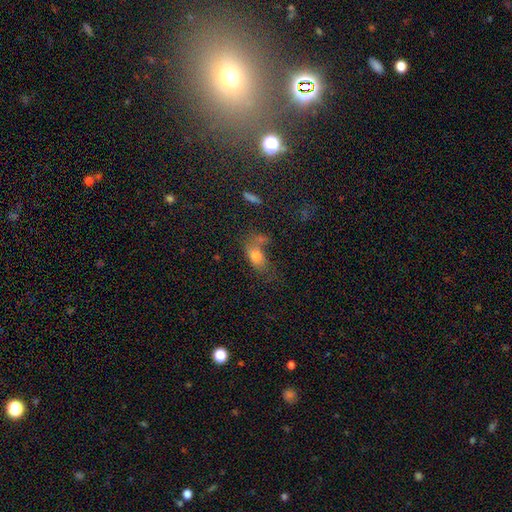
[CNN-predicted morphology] Q: Smooth or featured?
A: smooth (70%); runner-up: featured or disk (16%)
Q: How rounded?
A: in between (80%); runner-up: round (14%)
Q: Merging?
A: none (34%); runner-up: merger (30%)